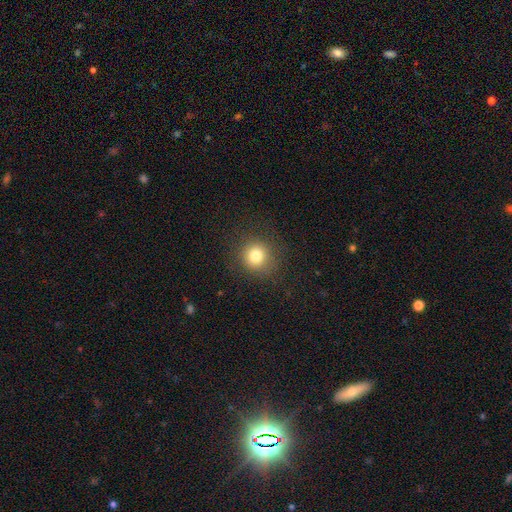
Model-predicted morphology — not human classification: This appears to be a smooth galaxy with no disk features (79%) that is round (92%). Merging: none (88%).